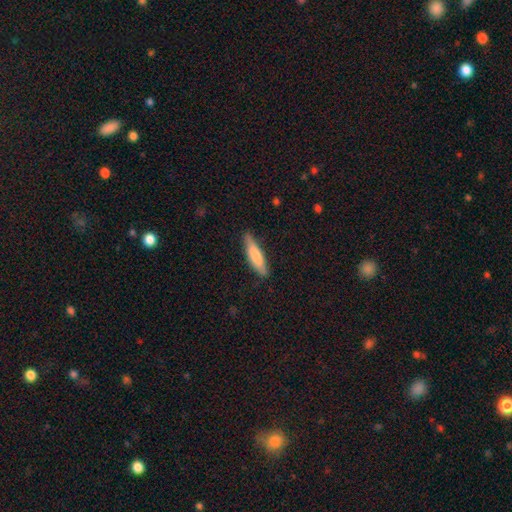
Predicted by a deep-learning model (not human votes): smooth-or-featured: smooth: 76% | featured or disk: 19% | star or artifact: 5%
  how-rounded: cigar-shaped: 76% | in between: 23% | round: 1%
  merging: none: 82% | minor disturbance: 15% | major disturbance: 2% | merger: 1%